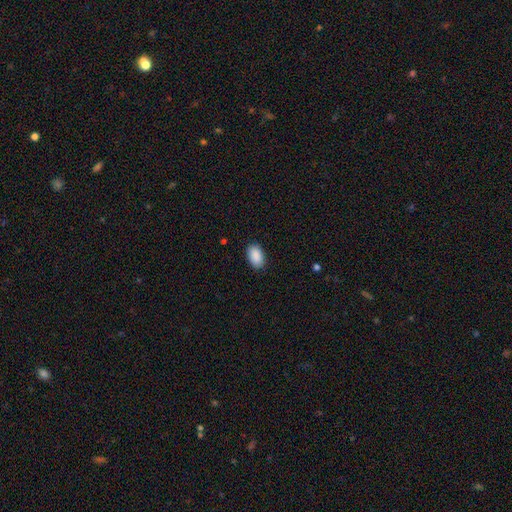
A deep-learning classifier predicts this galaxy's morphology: This appears to be a smooth galaxy with no disk features (90%) that is in between round and cigar-shaped (93%). Merging: none (87%).